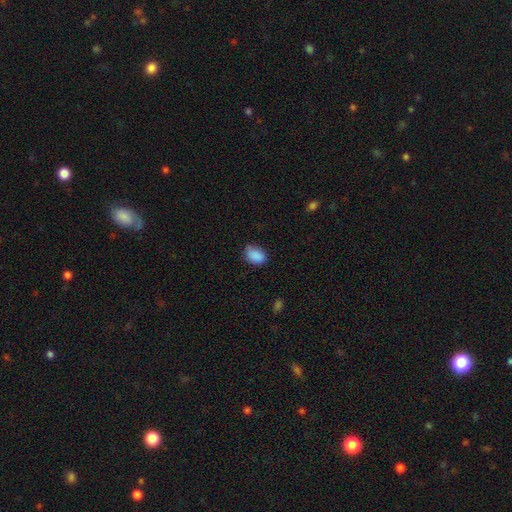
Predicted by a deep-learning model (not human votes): smooth-or-featured: smooth: 88% | star or artifact: 8% | featured or disk: 4%
  how-rounded: in between: 83% | round: 16% | cigar-shaped: 1%
  merging: none: 69% | minor disturbance: 25% | major disturbance: 4% | merger: 1%